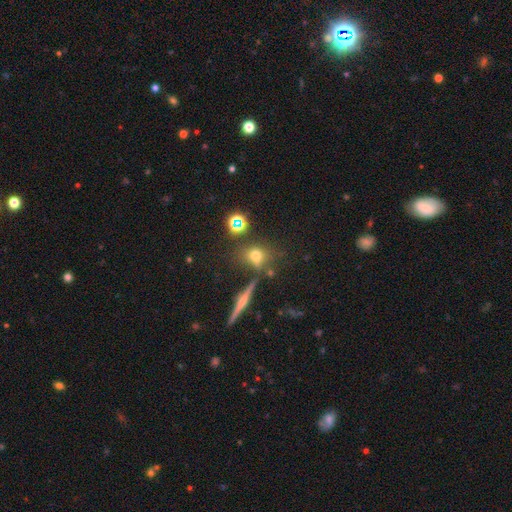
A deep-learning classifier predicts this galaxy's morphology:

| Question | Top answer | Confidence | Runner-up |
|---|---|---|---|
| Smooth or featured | smooth | 54% | star or artifact (26%) |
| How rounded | round | 53% | in between (40%) |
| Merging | none | 70% | minor disturbance (14%) |